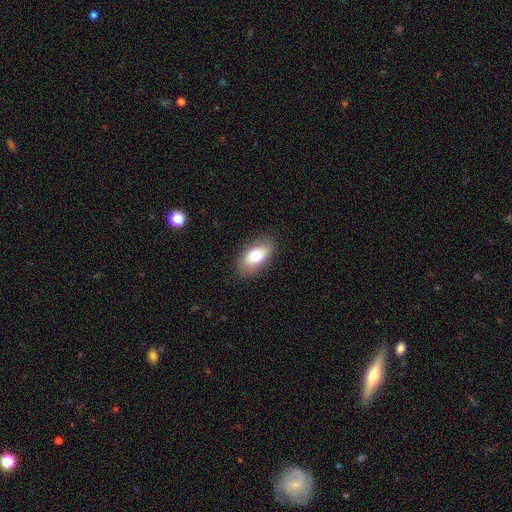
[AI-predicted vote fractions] smooth_or_featured: smooth (p=0.73) [alt: featured or disk p=0.20]
how_rounded: in between (p=0.90) [alt: round p=0.05]
merging: none (p=0.84) [alt: minor disturbance p=0.12]